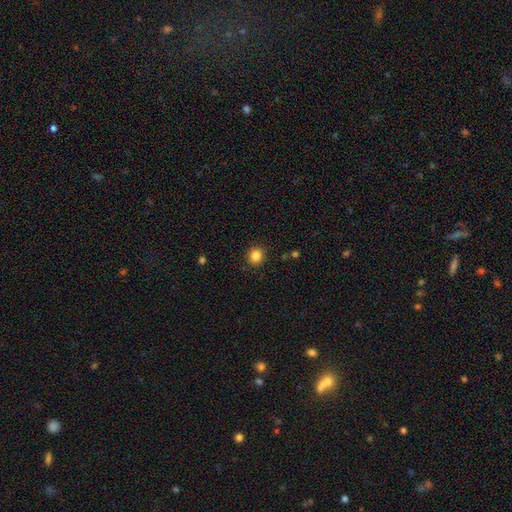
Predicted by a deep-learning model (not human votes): Smooth or featured? smooth (84%)
How rounded? round (91%)
Merging? none (91%)